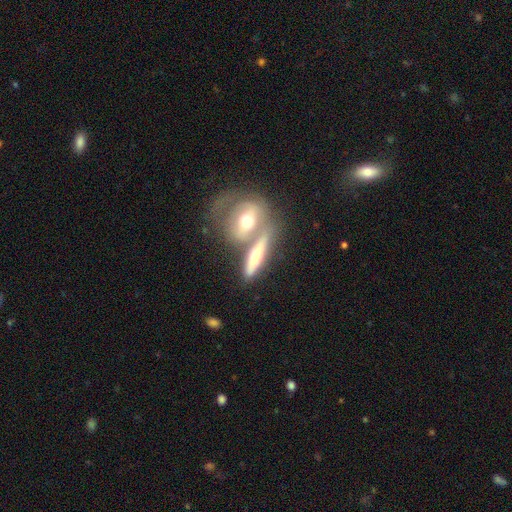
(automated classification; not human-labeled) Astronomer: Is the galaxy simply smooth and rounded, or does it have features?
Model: smooth — 49% (runner-up: featured or disk, 45%).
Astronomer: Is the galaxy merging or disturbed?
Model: none — 48% (runner-up: merger, 37%).